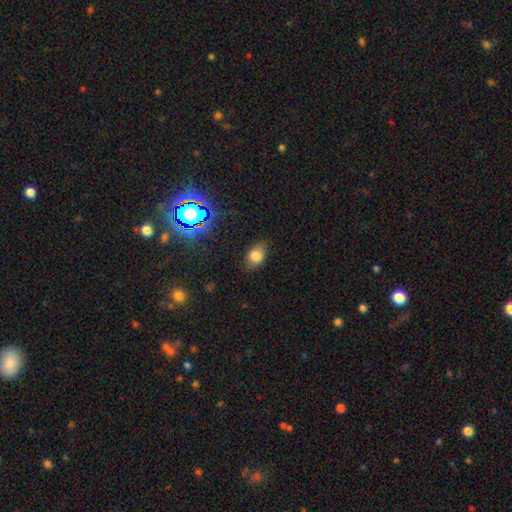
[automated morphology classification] Smooth or featured? Predicted: smooth (p=0.76). How rounded? Predicted: in between (p=0.79). Merging? Predicted: none (p=0.78).